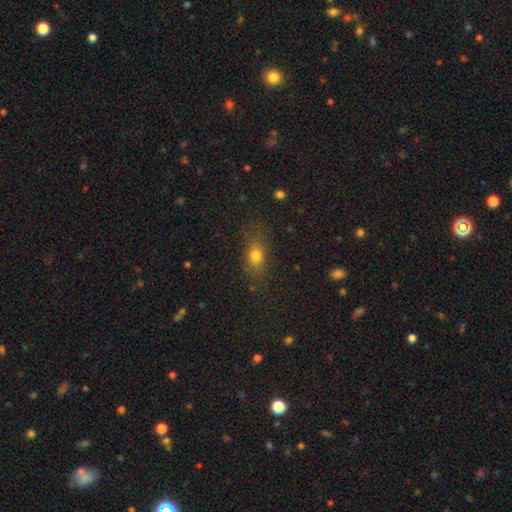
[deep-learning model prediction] Smooth or featured? Predicted: smooth (p=0.75). How rounded? Predicted: in between (p=0.66). Merging? Predicted: none (p=0.72).